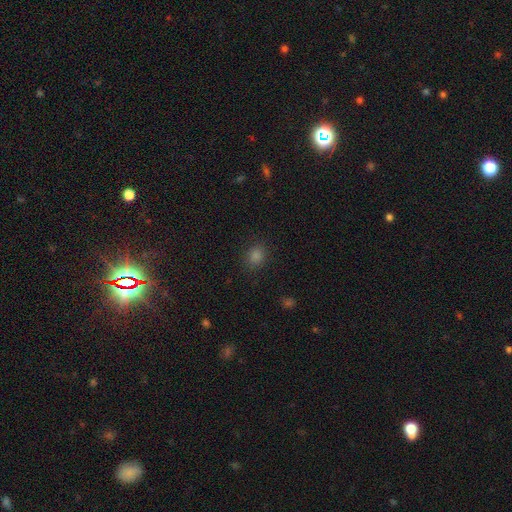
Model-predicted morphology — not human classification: Overall: smooth (76%). How rounded: round (60%; in between 39%). Merging: none (87%).